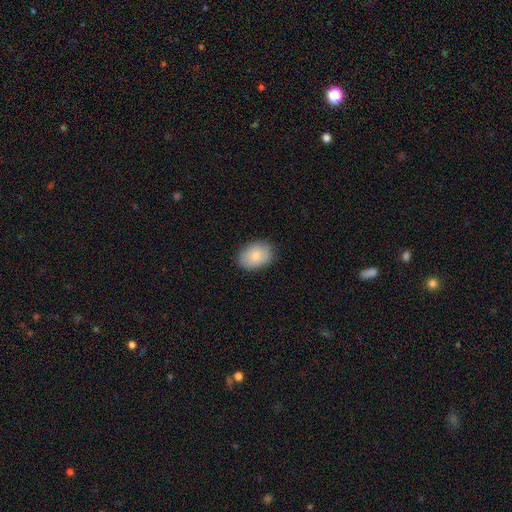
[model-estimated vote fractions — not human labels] A smooth galaxy with no disk features (82%) that is in between round and cigar-shaped (82%). Merging: none (86%).